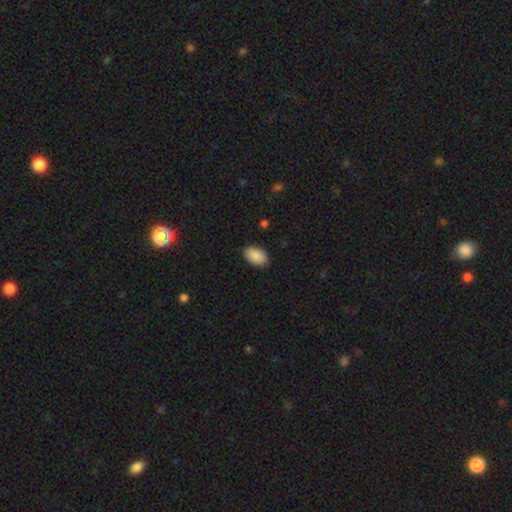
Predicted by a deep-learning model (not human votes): Overall: smooth (91%). How rounded: in between (93%). Merging: none (89%).